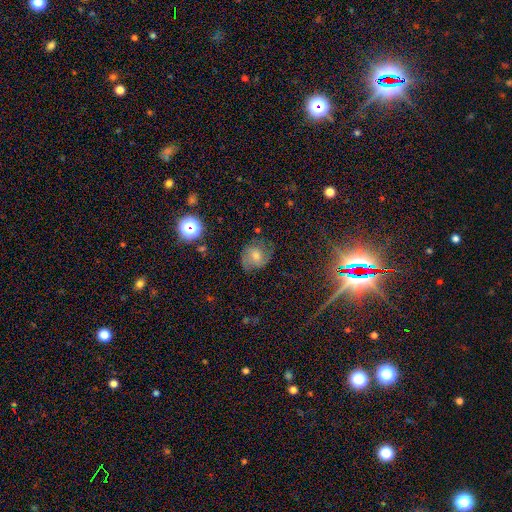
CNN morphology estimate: smooth_or_featured: featured or disk (p=0.44) [alt: smooth p=0.35]
merging: none (p=0.73) [alt: minor disturbance p=0.18]